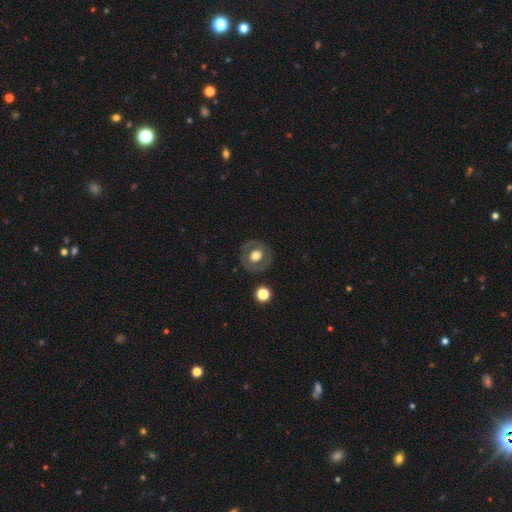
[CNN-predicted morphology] Overall: featured or disk (47%; smooth 46%). Merging: none (83%).